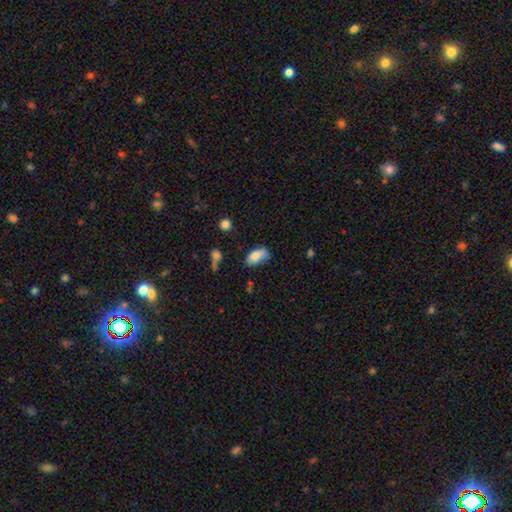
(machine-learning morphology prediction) The model was most divided on "merging": none: 50%, minor disturbance: 35%, major disturbance: 10%, merger: 4%. More confident: how rounded — in between (92%); smooth or featured — smooth (81%).